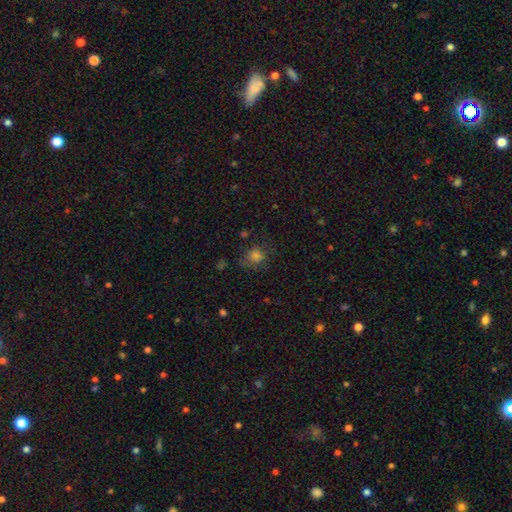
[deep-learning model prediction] A smooth galaxy with no disk features (64%) that is round (61%). Merging: none (61%).